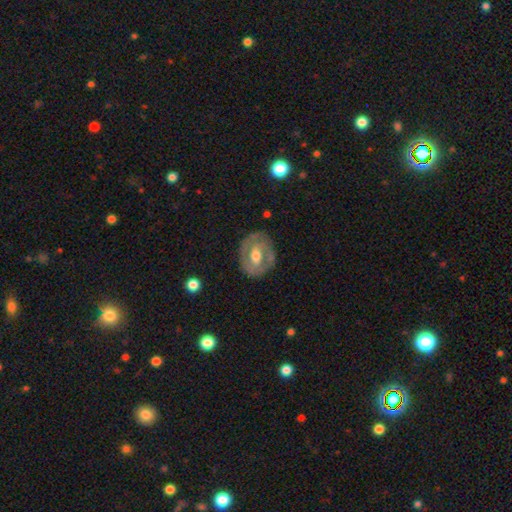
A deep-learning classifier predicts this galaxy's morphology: featured or disk 71%, smooth 23%, star or artifact 6%. Down the decision tree: edge-on disk — no (95%); bar — weak (42%); spiral arms — yes (60%); bulge size — moderate (72%); merging — none (76%).